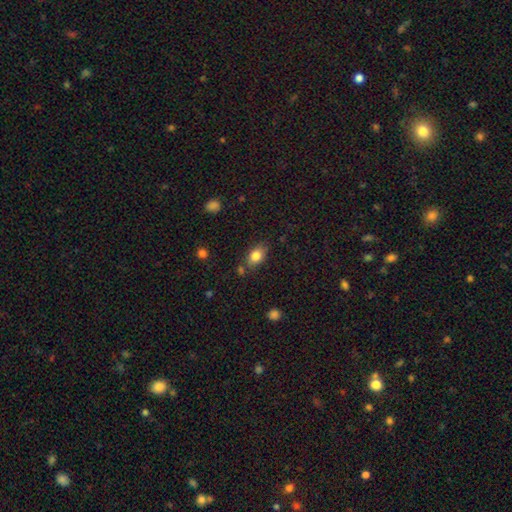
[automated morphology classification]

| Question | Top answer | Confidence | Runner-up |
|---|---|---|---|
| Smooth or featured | smooth | 81% | featured or disk (10%) |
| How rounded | in between | 79% | round (18%) |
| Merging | none | 72% | minor disturbance (17%) |